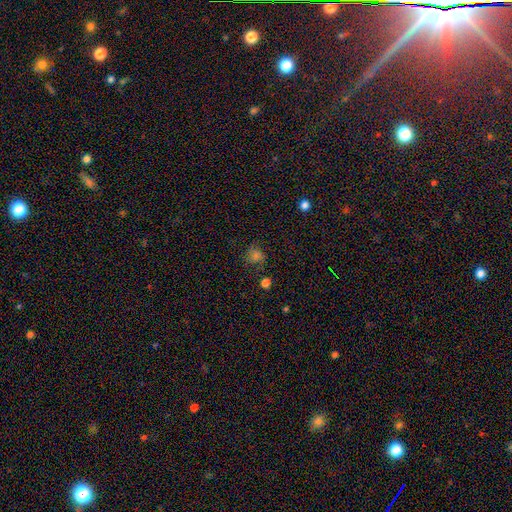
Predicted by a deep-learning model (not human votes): Smooth or featured? smooth (59%)
How rounded? round (74%)
Merging? none (65%)